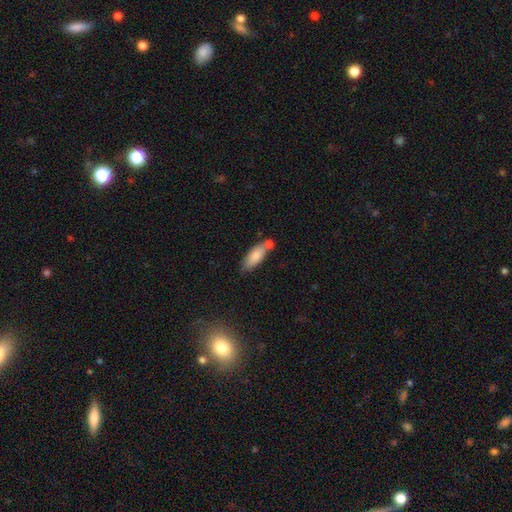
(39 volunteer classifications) Smooth or featured: smooth — 85% (featured or disk — 8%)
How rounded: in between — 64% (cigar-shaped — 36%)
Merging: none — 61% (minor disturbance — 19%)